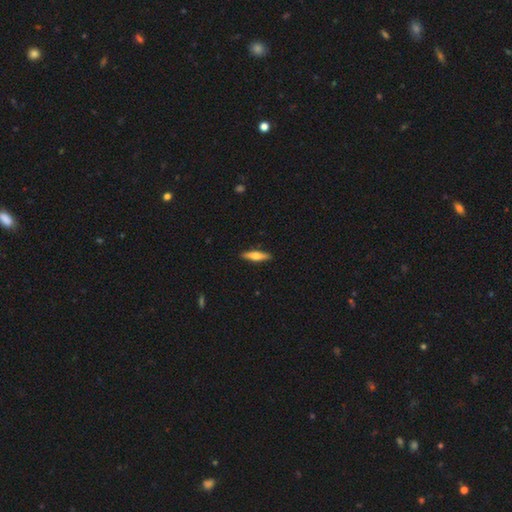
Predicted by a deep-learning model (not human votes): Smooth or featured? smooth (50%)
Merging? none (91%)